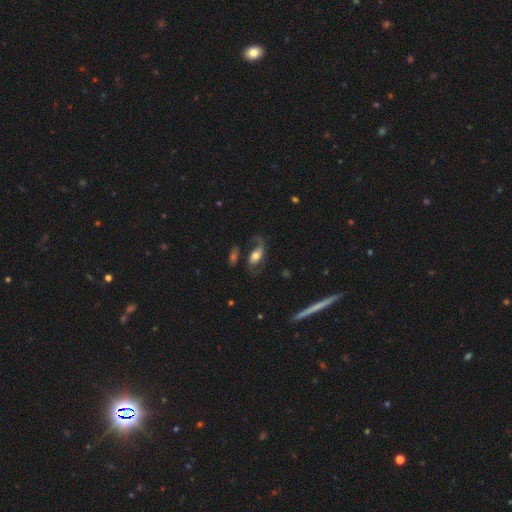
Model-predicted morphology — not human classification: Q: Smooth or featured?
A: featured or disk (68%); runner-up: smooth (25%)
Q: Edge-on disk?
A: no (91%); runner-up: yes (9%)
Q: Bar?
A: no (50%); runner-up: weak (30%)
Q: Spiral arms?
A: yes (88%); runner-up: no (12%)
Q: Spiral winding?
A: loose (66%); runner-up: medium (27%)
Q: Spiral arm count?
A: 2 (81%); runner-up: 1 (12%)
Q: Bulge size?
A: moderate (59%); runner-up: large (22%)
Q: Merging?
A: none (53%); runner-up: major disturbance (23%)